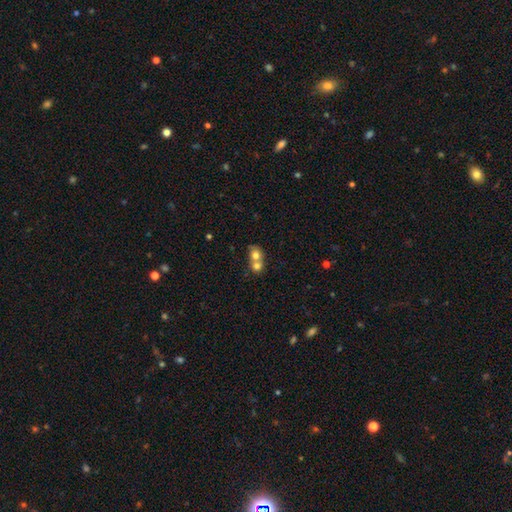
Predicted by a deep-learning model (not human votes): Smooth or featured? Predicted: smooth (p=0.72). How rounded? Predicted: round (p=0.71). Merging? Predicted: merger (p=0.71).